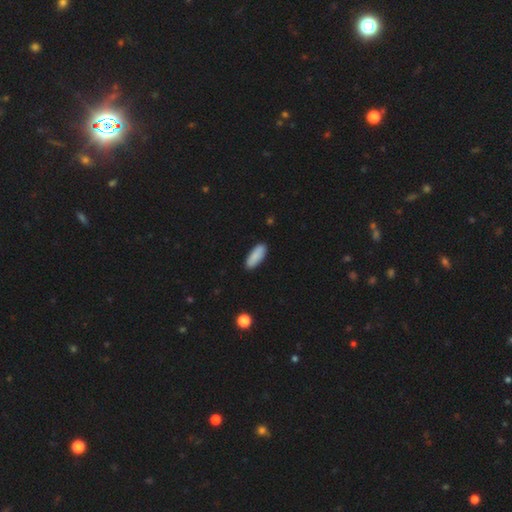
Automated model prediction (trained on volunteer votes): smooth 88%, star or artifact 6%, featured or disk 6%. Down the decision tree: how rounded — in between (68%); merging — none (89%).